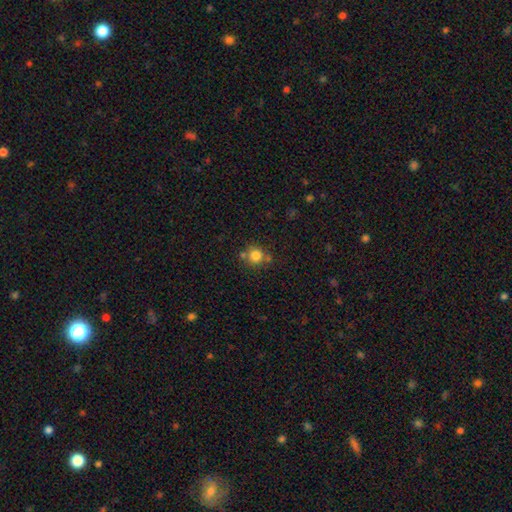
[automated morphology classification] Smooth or featured?
  - smooth: 80% *
  - star or artifact: 12%
  - featured or disk: 8%
How rounded?
  - round: 92% *
  - in between: 7%
  - cigar-shaped: 1%
Merging?
  - none: 70% *
  - merger: 15%
  - minor disturbance: 11%
  - major disturbance: 4%